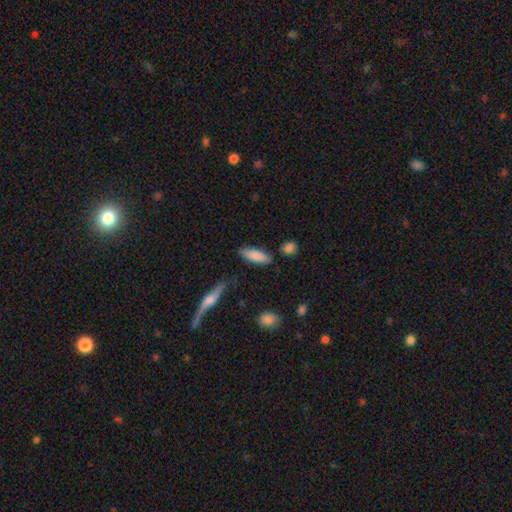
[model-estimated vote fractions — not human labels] This is clearly a smooth galaxy (84%). How rounded: possibly in between (55%). Merging: clearly none (80%).